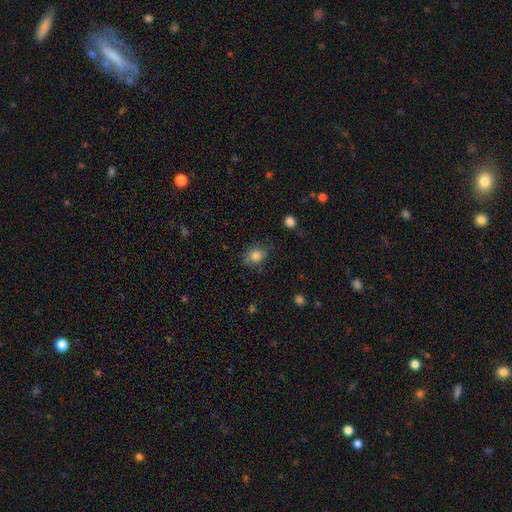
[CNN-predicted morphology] smooth-or-featured: smooth: 81% | star or artifact: 9% | featured or disk: 9%
  how-rounded: in between: 63% | round: 36% | cigar-shaped: 1%
  merging: none: 72% | minor disturbance: 22% | major disturbance: 5% | merger: 2%